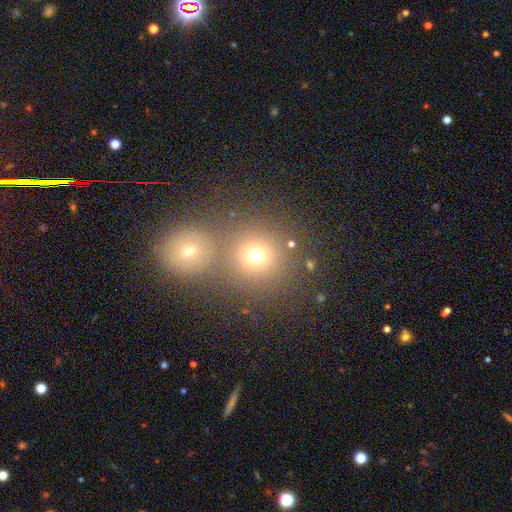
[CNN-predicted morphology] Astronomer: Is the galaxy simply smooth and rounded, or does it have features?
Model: smooth — 72%.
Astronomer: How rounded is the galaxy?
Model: round — 89%.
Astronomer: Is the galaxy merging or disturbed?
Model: none — 54% (runner-up: merger, 35%).